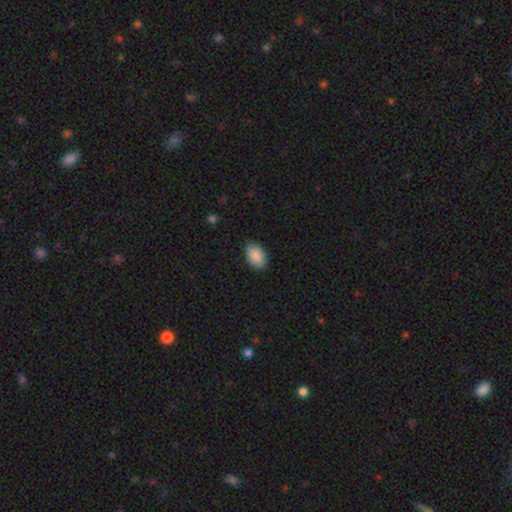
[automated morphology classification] Smooth or featured?
  - smooth: 89% *
  - star or artifact: 6%
  - featured or disk: 5%
How rounded?
  - in between: 91% *
  - round: 8%
  - cigar-shaped: 1%
Merging?
  - none: 86% *
  - minor disturbance: 11%
  - major disturbance: 2%
  - merger: 1%